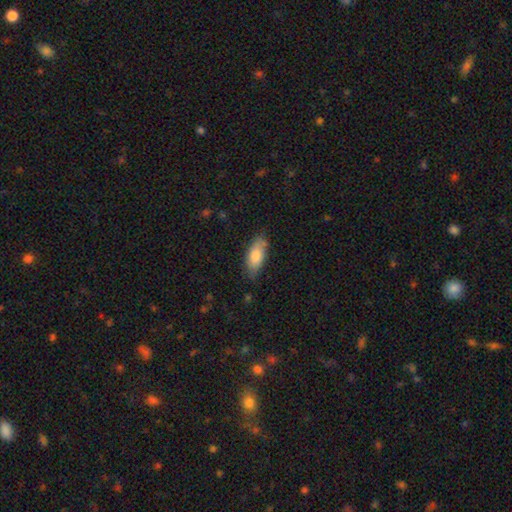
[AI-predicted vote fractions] smooth 78%, featured or disk 16%, star or artifact 6%. Down the decision tree: how rounded — in between (83%); merging — none (73%).